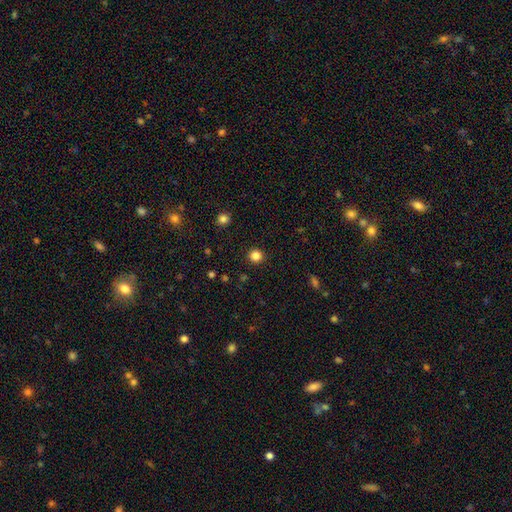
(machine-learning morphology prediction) Overall: smooth (84%). How rounded: round (93%). Merging: none (92%).